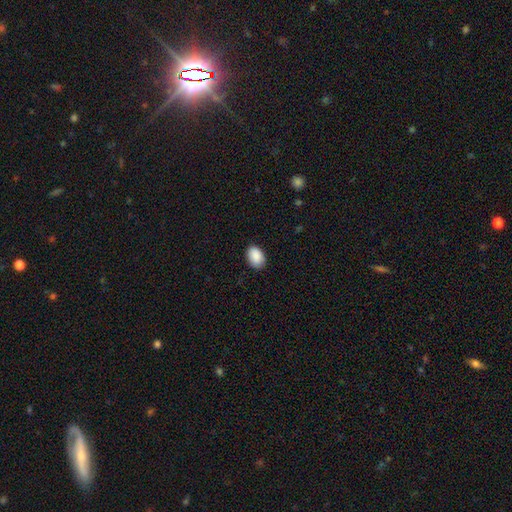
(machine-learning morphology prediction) This appears to be a smooth galaxy with no disk features (90%) that is in between round and cigar-shaped (85%). Merging: none (86%).